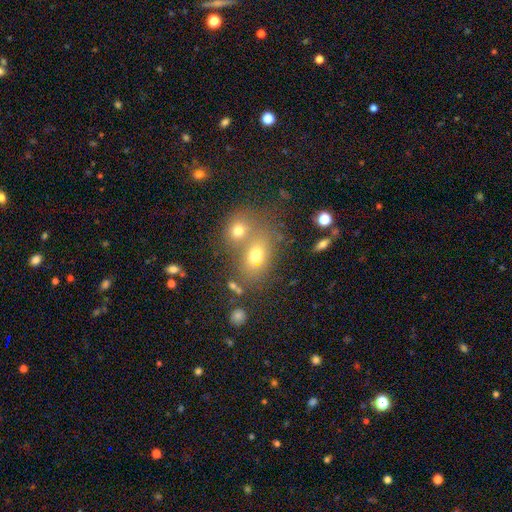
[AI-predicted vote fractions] Overall: smooth (67%). How rounded: in between (72%). Merging: merger (44%; none 40%).